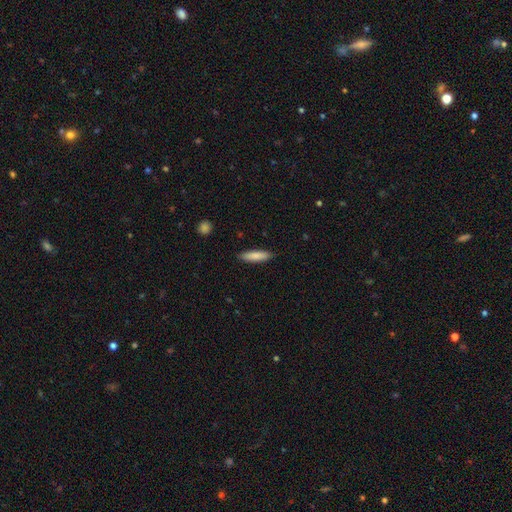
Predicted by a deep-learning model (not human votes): This appears to be a smooth galaxy with no disk features (83%) that is cigar-shaped (73%). Merging: none (89%).